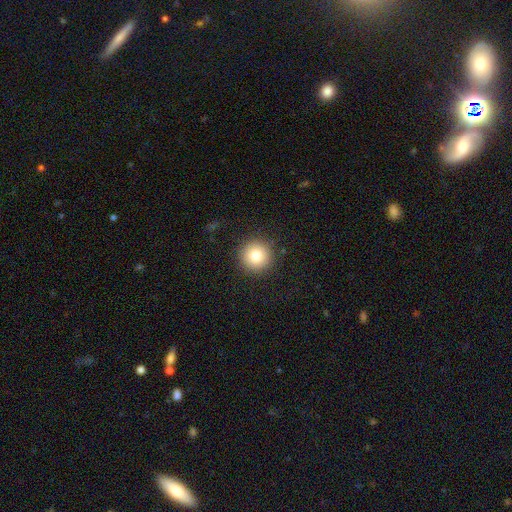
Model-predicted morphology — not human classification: This appears to be a smooth galaxy with no disk features (80%) that is round (96%). Merging: none (91%).